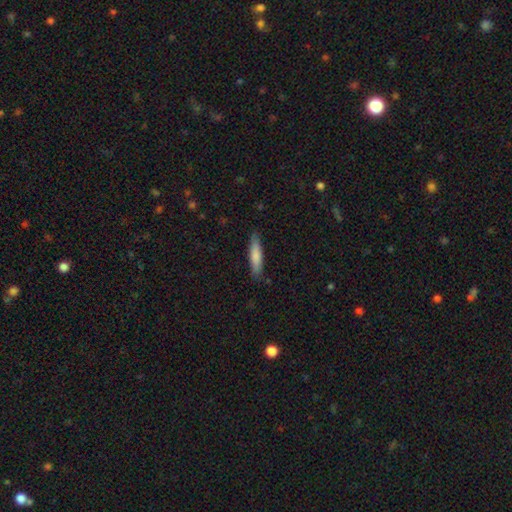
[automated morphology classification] Smooth or featured? smooth (78%)
How rounded? cigar-shaped (82%)
Merging? none (87%)